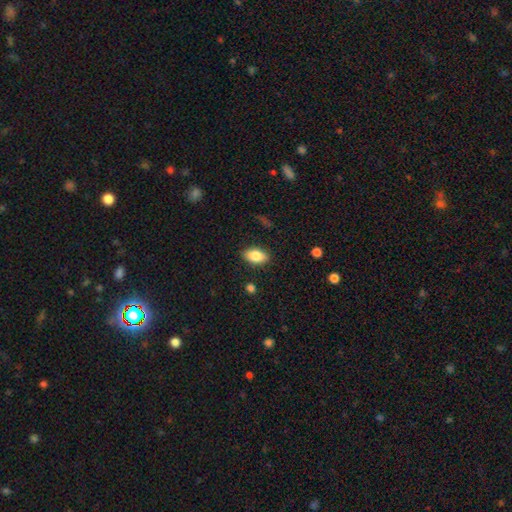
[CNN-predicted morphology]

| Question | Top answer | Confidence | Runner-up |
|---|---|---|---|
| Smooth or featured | smooth | 84% | featured or disk (9%) |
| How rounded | in between | 91% | round (5%) |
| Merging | none | 87% | minor disturbance (9%) |